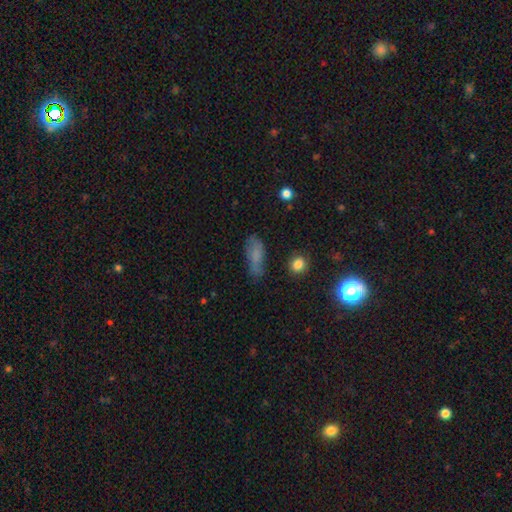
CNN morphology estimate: Smooth or featured? smooth (66%)
How rounded? in between (69%)
Merging? none (55%)